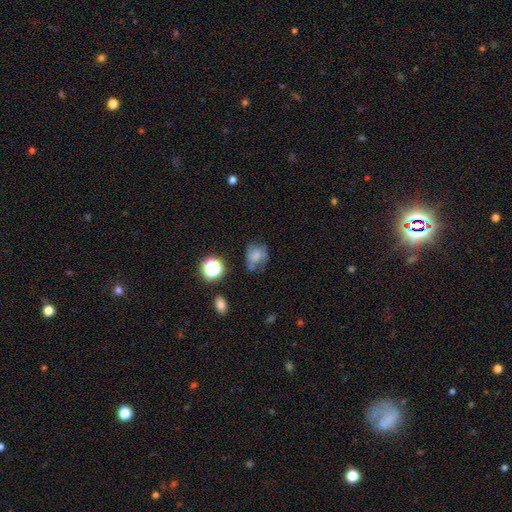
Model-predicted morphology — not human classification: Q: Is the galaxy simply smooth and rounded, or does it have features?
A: smooth — 60%.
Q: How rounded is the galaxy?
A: round — 59%.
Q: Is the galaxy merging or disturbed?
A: none — 46%.